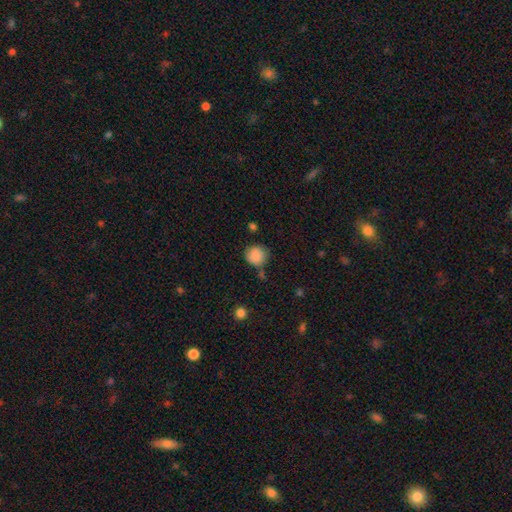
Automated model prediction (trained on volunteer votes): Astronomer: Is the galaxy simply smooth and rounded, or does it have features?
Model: smooth — 86%.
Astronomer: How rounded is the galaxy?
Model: round — 89%.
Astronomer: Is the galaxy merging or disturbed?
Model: none — 70%.